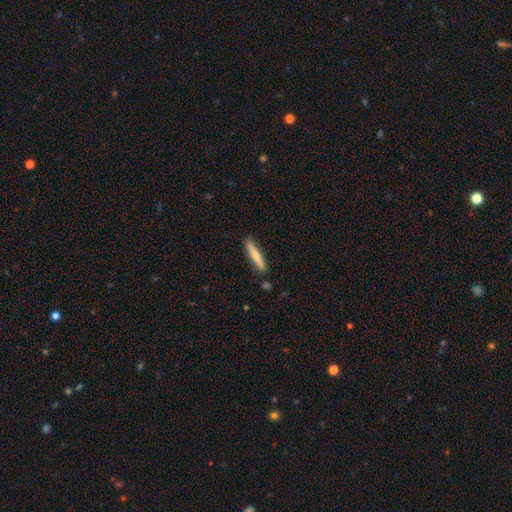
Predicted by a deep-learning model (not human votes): Morphology: type=smooth (64%); roundness=cigar-shaped (90%); merging=none (87%).